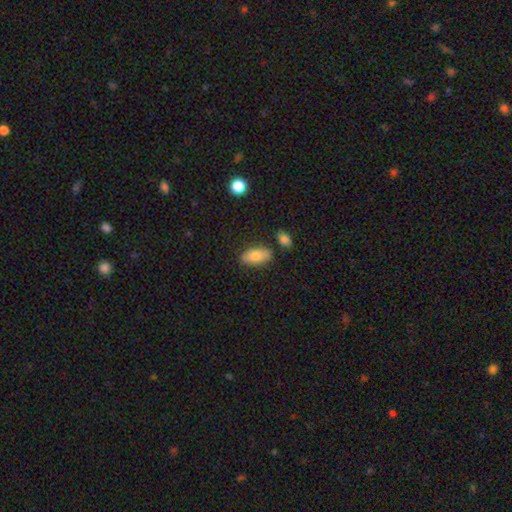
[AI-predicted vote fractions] Morphology: type=smooth (80%); roundness=in between (86%); merging=none (78%).